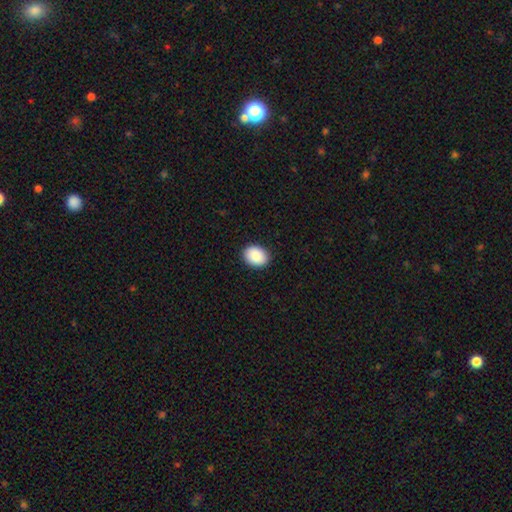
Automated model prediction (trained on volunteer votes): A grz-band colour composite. It shows a smooth galaxy with no disk features (89%) that is in between round and cigar-shaped (63%). Merging: none (90%).